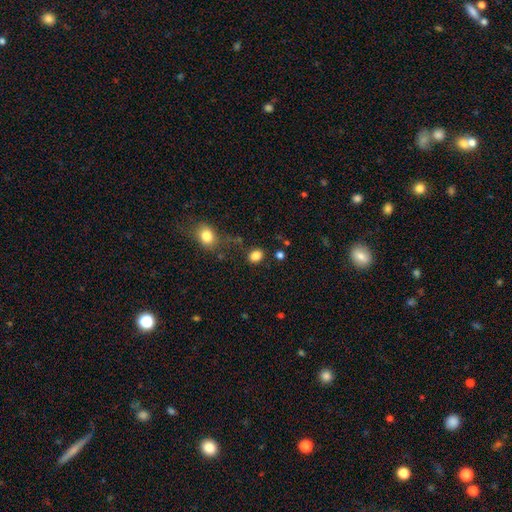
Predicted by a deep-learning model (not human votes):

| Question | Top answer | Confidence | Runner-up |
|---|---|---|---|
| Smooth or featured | smooth | 84% | star or artifact (11%) |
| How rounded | in between | 52% | round (47%) |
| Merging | none | 81% | minor disturbance (11%) |